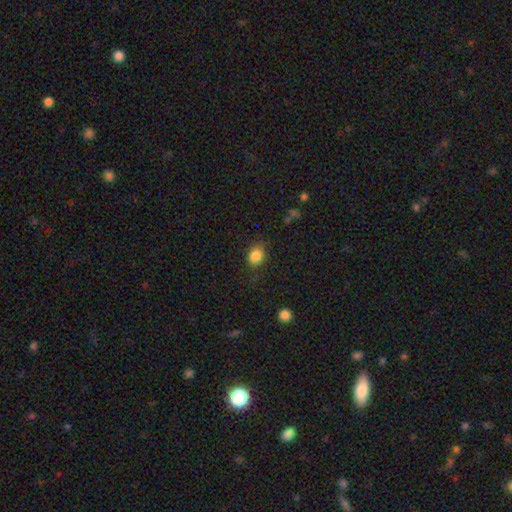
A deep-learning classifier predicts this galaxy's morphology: The model was most divided on "how rounded": round: 52%, in between: 46%, cigar-shaped: 1%. More confident: smooth or featured — smooth (85%); merging — none (80%).